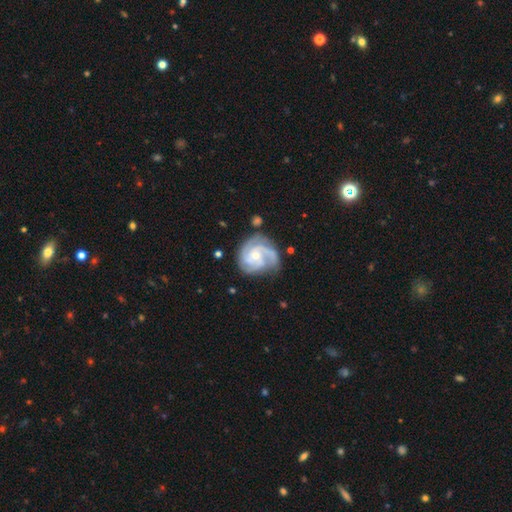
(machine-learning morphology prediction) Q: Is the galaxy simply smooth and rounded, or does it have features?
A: featured or disk — 90%.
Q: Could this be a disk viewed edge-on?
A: no — 98%.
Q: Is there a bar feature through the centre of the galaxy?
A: no — 67%.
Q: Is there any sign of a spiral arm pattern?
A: yes — 98%.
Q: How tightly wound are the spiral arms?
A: tight — 54%.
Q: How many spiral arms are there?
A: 3 — 61%.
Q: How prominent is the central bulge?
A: small — 61%.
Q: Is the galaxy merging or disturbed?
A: none — 70%.